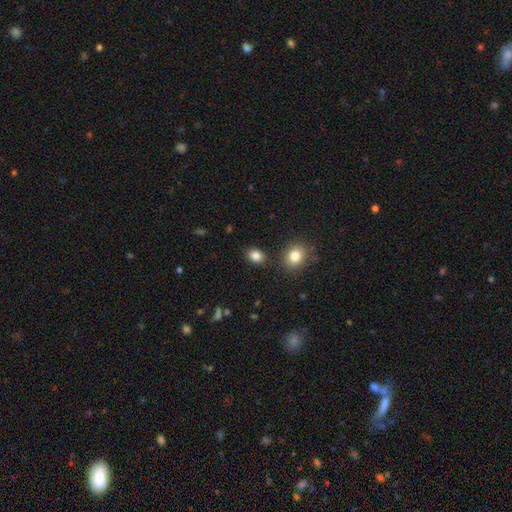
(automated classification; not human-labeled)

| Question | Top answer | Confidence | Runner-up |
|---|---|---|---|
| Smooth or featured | smooth | 85% | star or artifact (10%) |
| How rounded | in between | 59% | round (40%) |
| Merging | none | 85% | minor disturbance (8%) |